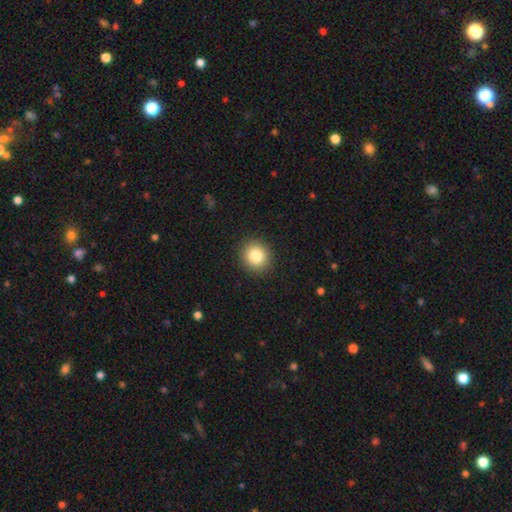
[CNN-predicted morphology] smooth-or-featured: smooth: 84% | star or artifact: 10% | featured or disk: 7%
  how-rounded: round: 85% | in between: 14% | cigar-shaped: 1%
  merging: none: 91% | minor disturbance: 6% | major disturbance: 2% | merger: 1%